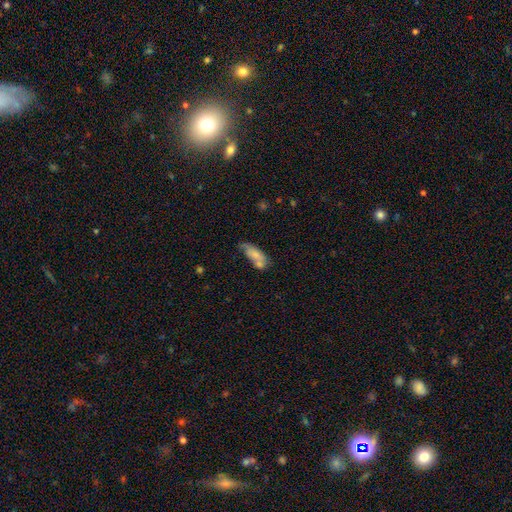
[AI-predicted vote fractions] Q: Smooth or featured?
A: smooth (68%); runner-up: featured or disk (24%)
Q: How rounded?
A: in between (70%); runner-up: cigar-shaped (28%)
Q: Merging?
A: none (36%); runner-up: merger (30%)